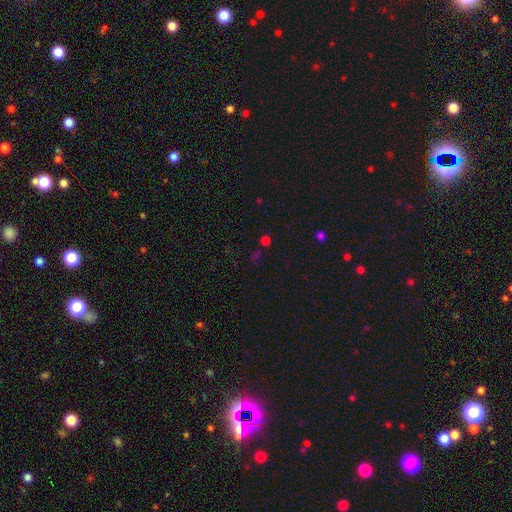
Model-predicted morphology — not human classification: smooth-or-featured: star or artifact: 48% | smooth: 46% | featured or disk: 6%